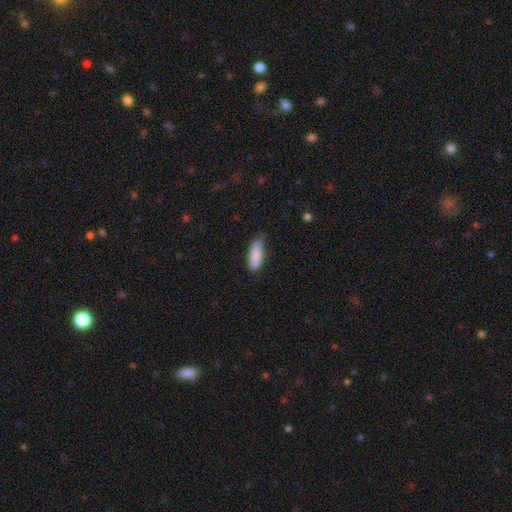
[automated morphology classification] smooth_or_featured: smooth (p=0.88) [alt: featured or disk p=0.06]
how_rounded: in between (p=0.69) [alt: cigar-shaped p=0.29]
merging: none (p=0.65) [alt: minor disturbance p=0.29]